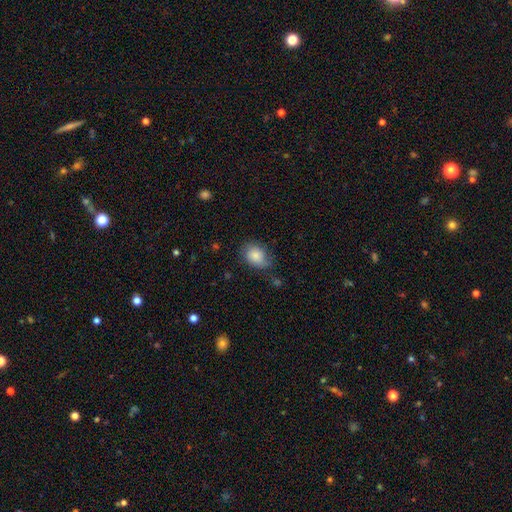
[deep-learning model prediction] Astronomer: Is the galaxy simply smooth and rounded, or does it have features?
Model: smooth — 77%.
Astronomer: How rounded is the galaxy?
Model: in between — 65%.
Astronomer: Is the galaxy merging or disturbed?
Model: none — 63%.